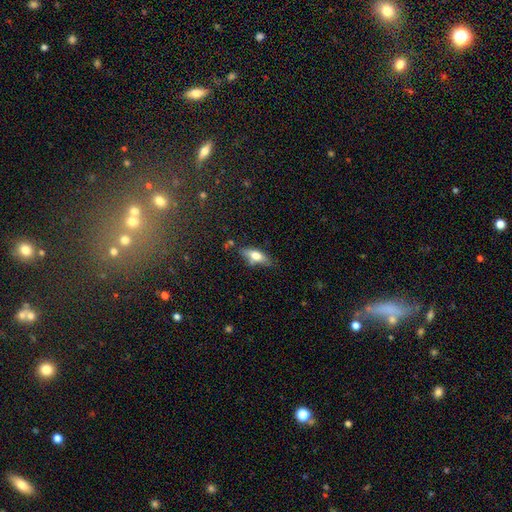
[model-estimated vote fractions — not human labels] The model was most divided on "how rounded": in between: 64%, cigar-shaped: 33%, round: 3%. More confident: merging — none (68%); smooth or featured — smooth (62%).